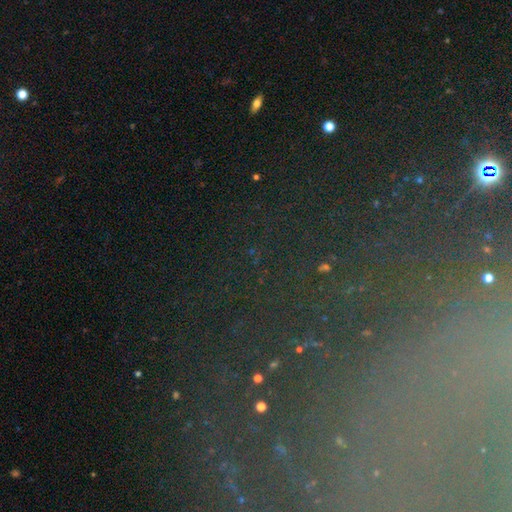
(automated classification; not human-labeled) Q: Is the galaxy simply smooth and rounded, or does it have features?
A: star or artifact — 68%.